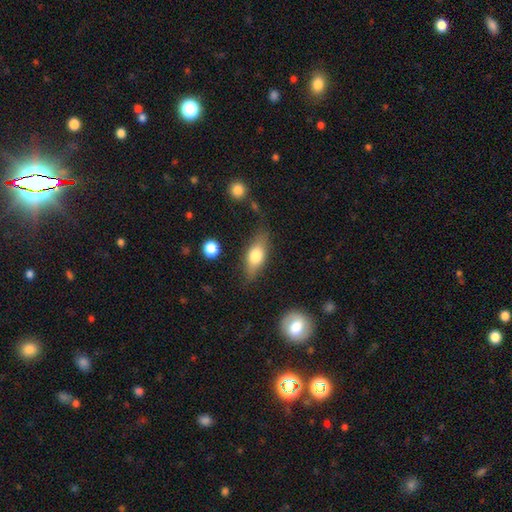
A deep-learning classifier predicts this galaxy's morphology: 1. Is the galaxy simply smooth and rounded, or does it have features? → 67% smooth, 26% featured or disk, 7% star or artifact.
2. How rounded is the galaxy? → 72% in between, 22% cigar-shaped, 5% round.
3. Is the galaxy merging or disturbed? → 74% none, 18% minor disturbance, 5% major disturbance, 3% merger.